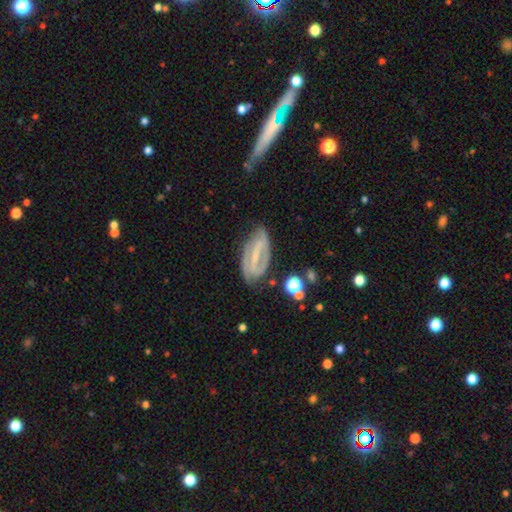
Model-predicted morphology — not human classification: Smooth or featured: featured or disk — 77% (smooth — 15%)
Edge-on disk: no — 91% (yes — 9%)
Bar: strong — 59% (weak — 29%)
Spiral arms: yes — 79% (no — 21%)
Spiral winding: tight — 46% (medium — 37%)
Spiral arm count: 2 — 74% (can't tell — 16%)
Bulge size: small — 67% (moderate — 21%)
Merging: none — 66% (minor disturbance — 21%)